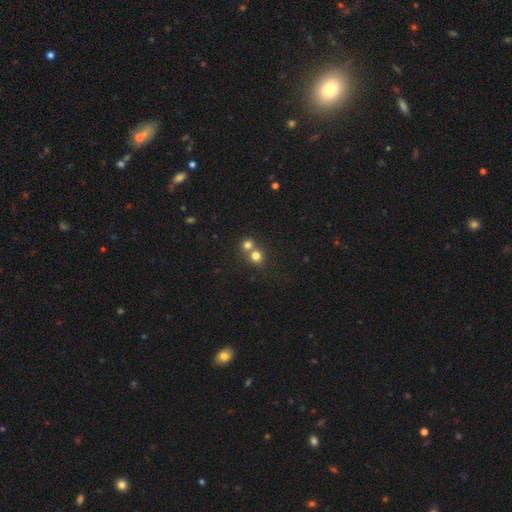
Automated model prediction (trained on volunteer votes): smooth 76%, star or artifact 14%, featured or disk 9%. Down the decision tree: how rounded — round (86%); merging — merger (49%).